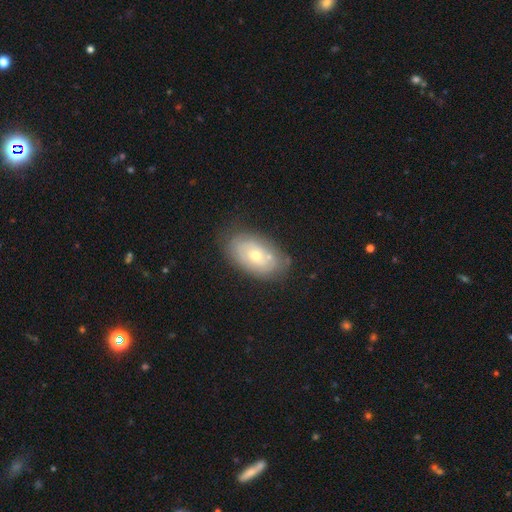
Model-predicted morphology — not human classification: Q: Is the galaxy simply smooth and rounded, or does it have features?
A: featured or disk — 52%.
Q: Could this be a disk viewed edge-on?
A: no — 92%.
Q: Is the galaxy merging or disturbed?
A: none — 73%.